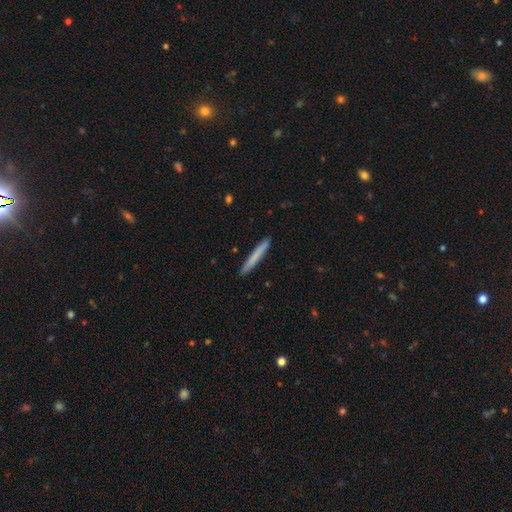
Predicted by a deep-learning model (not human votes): smooth 73%, featured or disk 22%, star or artifact 5%. Down the decision tree: how rounded — cigar-shaped (97%); merging — none (92%).